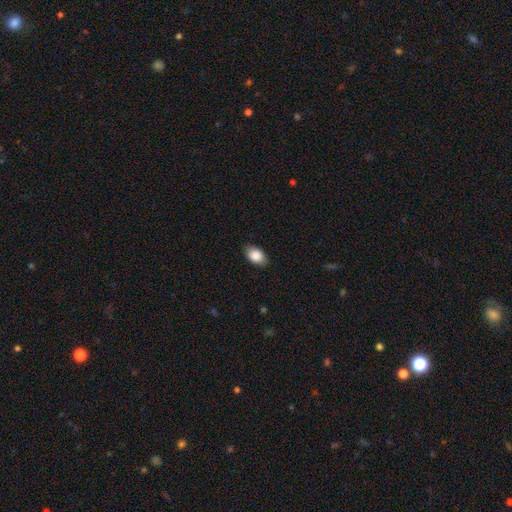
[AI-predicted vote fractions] Smooth or featured? Predicted: smooth (p=0.88). How rounded? Predicted: in between (p=0.87). Merging? Predicted: none (p=0.86).